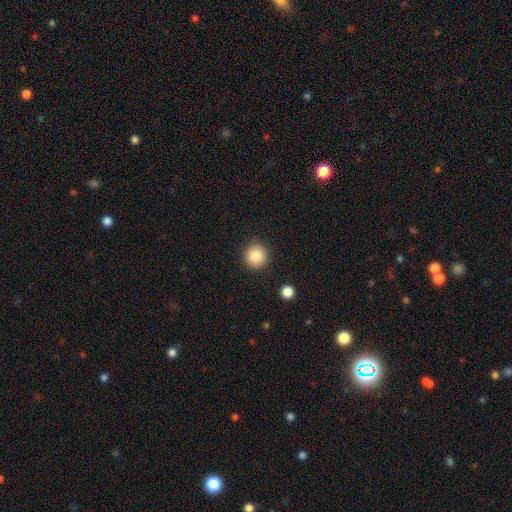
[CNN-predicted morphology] Smooth or featured? smooth (86%)
How rounded? round (94%)
Merging? none (90%)